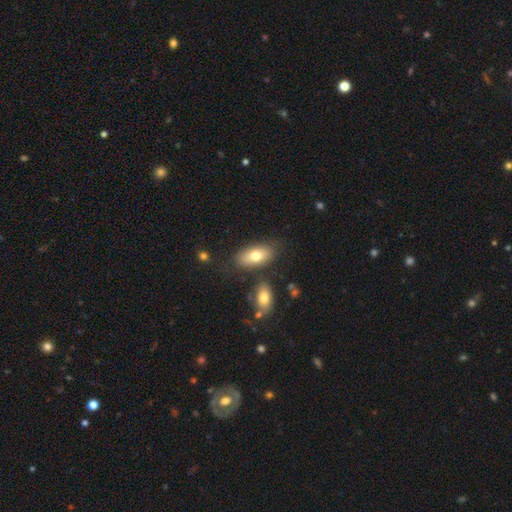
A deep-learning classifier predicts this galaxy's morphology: The model was most divided on "smooth or featured": smooth: 74%, featured or disk: 18%, star or artifact: 7%. More confident: how rounded — in between (90%); merging — none (74%).